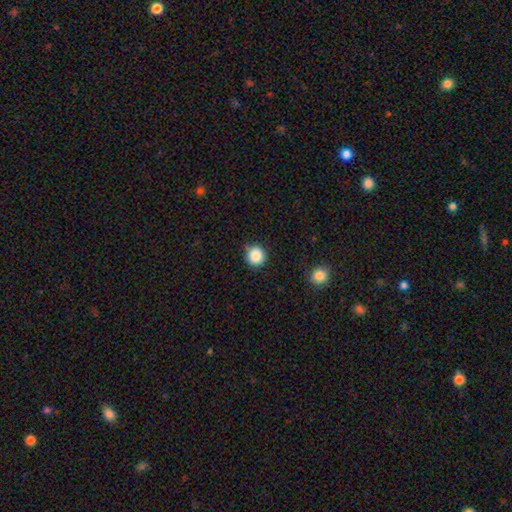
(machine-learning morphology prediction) smooth 86%, star or artifact 10%, featured or disk 3%. Down the decision tree: how rounded — round (93%); merging — none (86%).